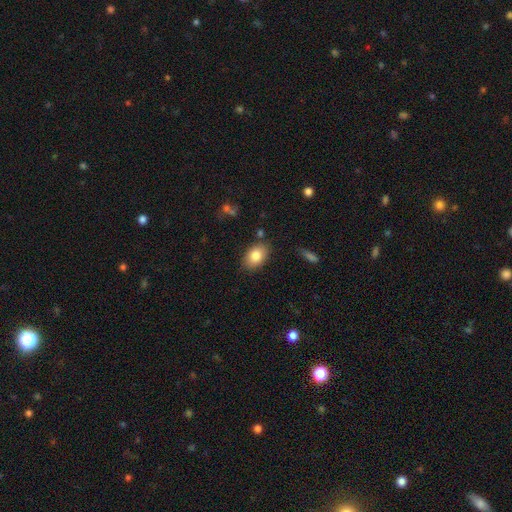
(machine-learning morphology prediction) A smooth galaxy with no disk features (82%) that is in between round and cigar-shaped (86%).

Vote fractions:
- Smooth or featured? smooth: 82% / featured or disk: 10% / star or artifact: 8%
- How rounded? in between: 86% / round: 12% / cigar-shaped: 1%
- Merging? none: 82% / minor disturbance: 12% / major disturbance: 3% / merger: 3%